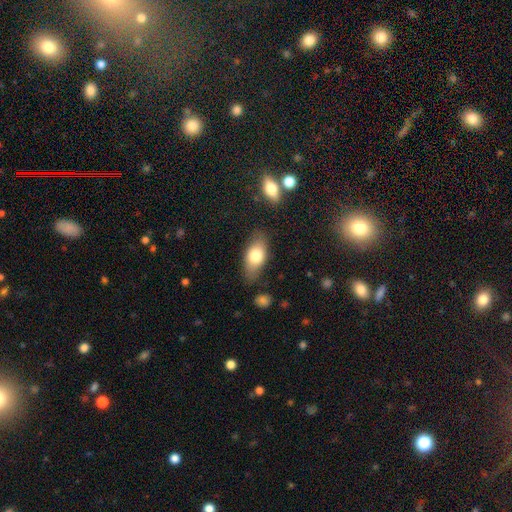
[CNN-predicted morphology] A smooth galaxy with no disk features (75%) that is in between round and cigar-shaped (88%).

Vote fractions:
- Smooth or featured? smooth: 75% / featured or disk: 18% / star or artifact: 7%
- How rounded? in between: 88% / cigar-shaped: 7% / round: 5%
- Merging? none: 77% / minor disturbance: 17% / major disturbance: 4% / merger: 3%